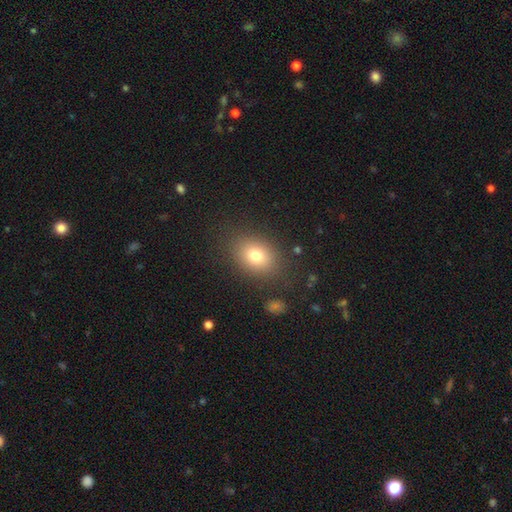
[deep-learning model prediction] smooth 77%, star or artifact 12%, featured or disk 11%. Down the decision tree: how rounded — in between (62%); merging — none (82%).